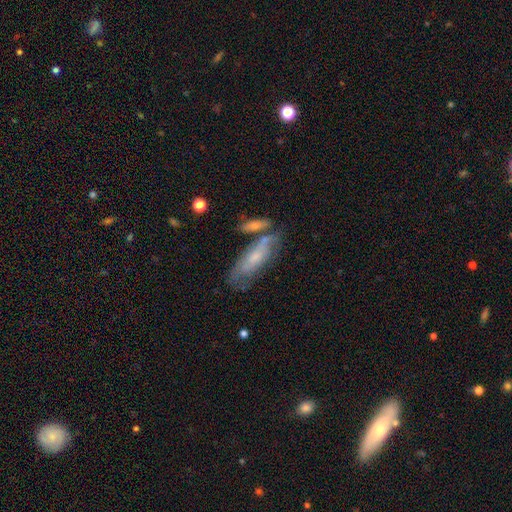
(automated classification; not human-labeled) Q: Smooth or featured?
A: featured or disk (48%); runner-up: smooth (44%)
Q: Merging?
A: none (49%); runner-up: merger (24%)